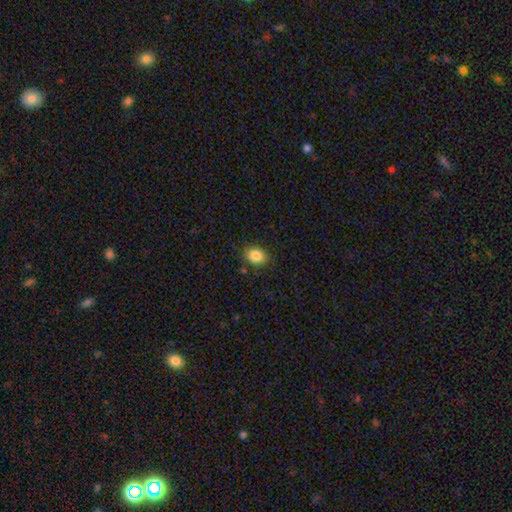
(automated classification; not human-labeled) Smooth or featured? smooth (86%)
How rounded? in between (52%)
Merging? none (85%)